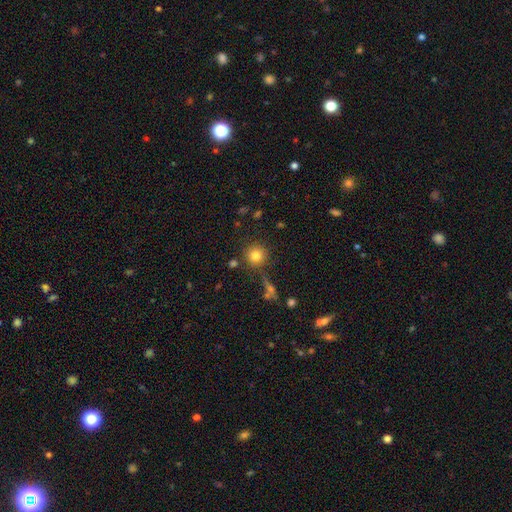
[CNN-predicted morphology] type=smooth (79%); roundness=round (92%); merging=none (81%).